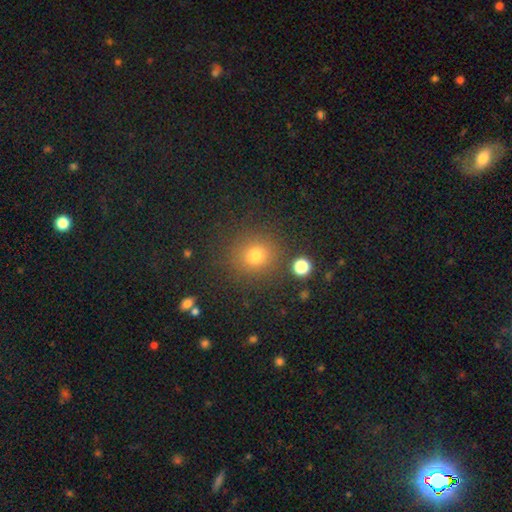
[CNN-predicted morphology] type=smooth (75%); roundness=round (88%); merging=none (85%).